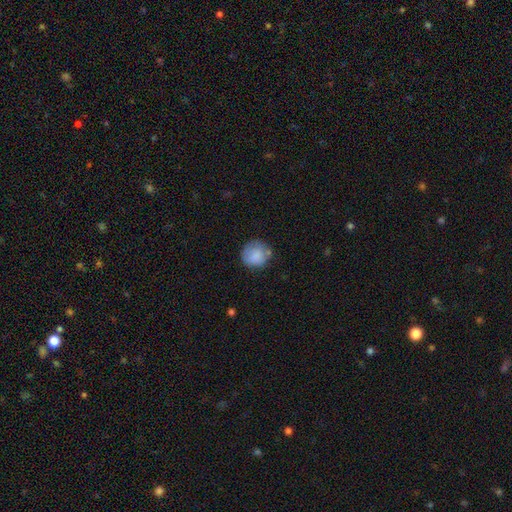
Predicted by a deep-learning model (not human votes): A smooth galaxy with no disk features (81%) that is round (87%).

Vote fractions:
- Smooth or featured? smooth: 81% / featured or disk: 11% / star or artifact: 8%
- How rounded? round: 87% / in between: 12% / cigar-shaped: 1%
- Merging? none: 67% / minor disturbance: 22% / major disturbance: 6% / merger: 4%